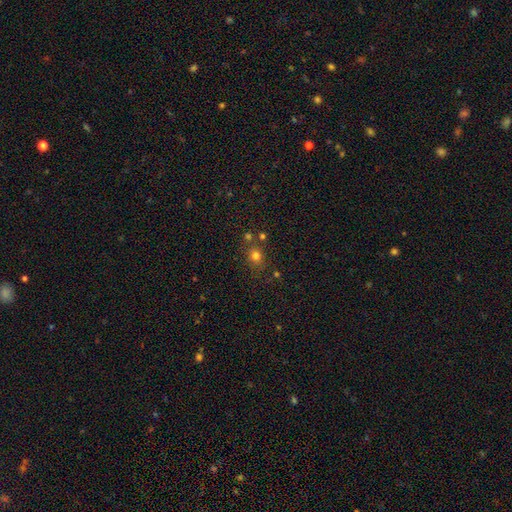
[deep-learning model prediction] Morphology: type=smooth (75%); roundness=round (79%); merging=none (72%).